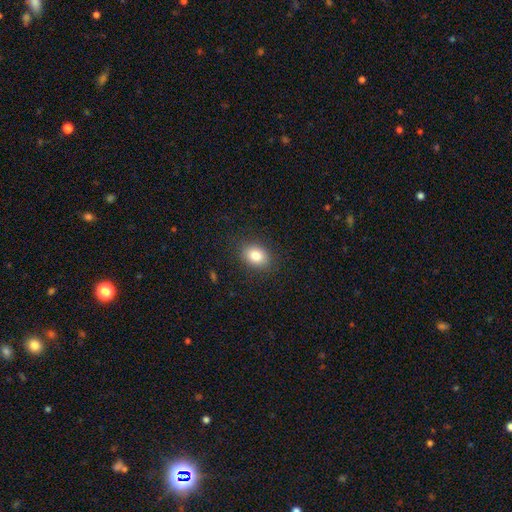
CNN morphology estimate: Smooth or featured? smooth (82%)
How rounded? in between (67%)
Merging? none (87%)